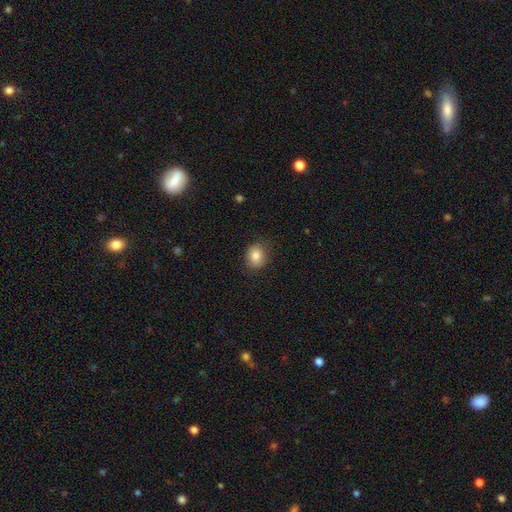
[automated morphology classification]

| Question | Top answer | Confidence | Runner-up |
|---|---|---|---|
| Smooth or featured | smooth | 83% | star or artifact (9%) |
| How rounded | round | 60% | in between (39%) |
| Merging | none | 83% | minor disturbance (13%) |